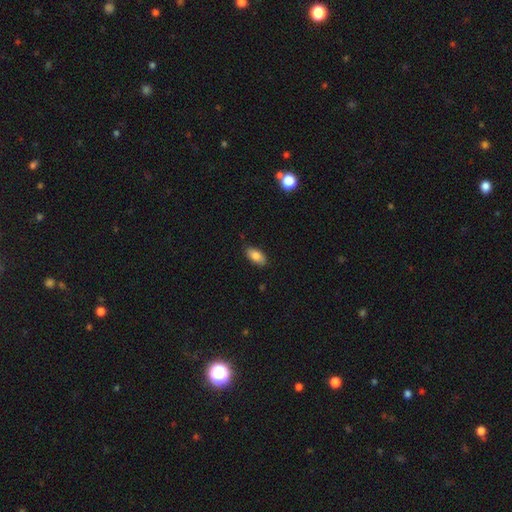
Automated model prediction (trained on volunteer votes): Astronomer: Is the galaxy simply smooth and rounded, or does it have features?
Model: smooth — 83%.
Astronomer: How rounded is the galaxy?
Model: in between — 91%.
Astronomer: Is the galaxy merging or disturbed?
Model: none — 84%.